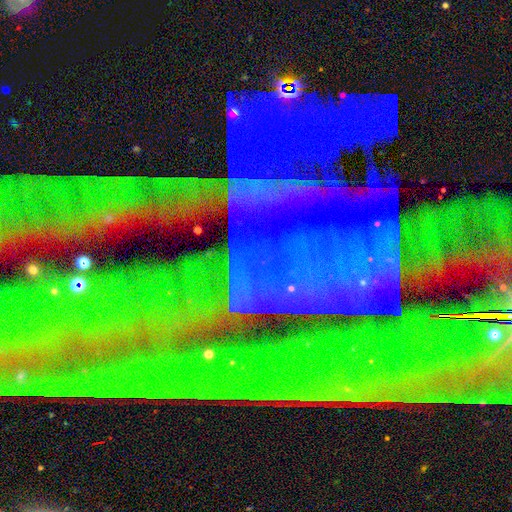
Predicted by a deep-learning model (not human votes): Smooth or featured? star or artifact (85%)